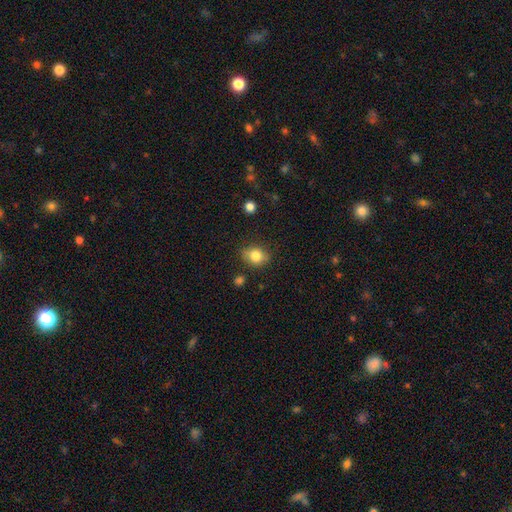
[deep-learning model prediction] Overall: smooth (80%). How rounded: round (52%; in between 47%). Merging: none (76%).